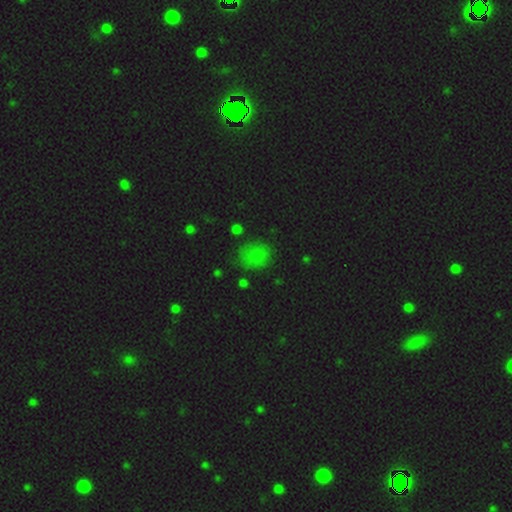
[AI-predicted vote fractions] A smooth galaxy with no disk features (73%) that is round (53%).

Vote fractions:
- Smooth or featured? smooth: 73% / star or artifact: 20% / featured or disk: 7%
- How rounded? round: 53% / in between: 46% / cigar-shaped: 1%
- Merging? none: 71% / minor disturbance: 19% / major disturbance: 7% / merger: 3%